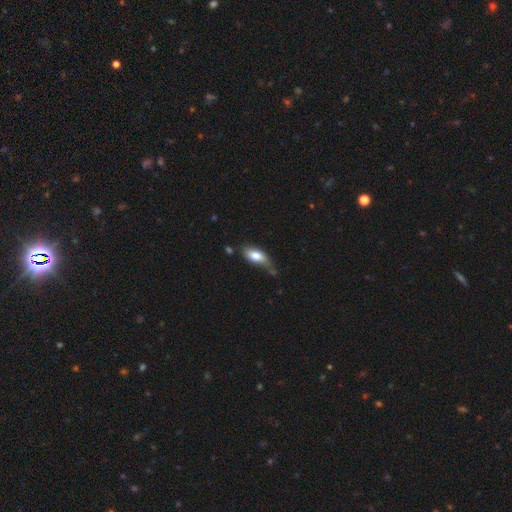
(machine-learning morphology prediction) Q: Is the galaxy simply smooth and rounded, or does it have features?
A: smooth — 78%.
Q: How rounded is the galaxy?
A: in between — 86%.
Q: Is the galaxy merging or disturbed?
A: none — 42%.